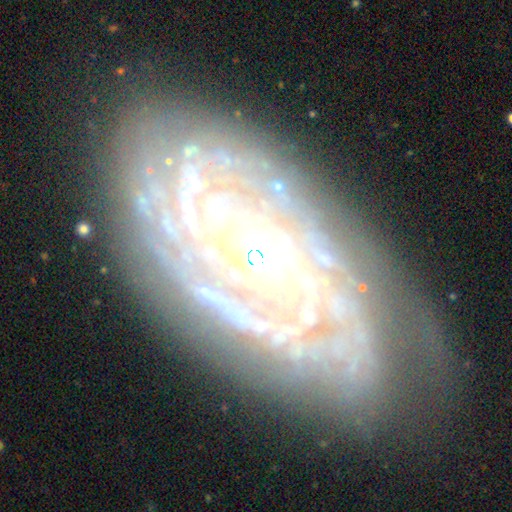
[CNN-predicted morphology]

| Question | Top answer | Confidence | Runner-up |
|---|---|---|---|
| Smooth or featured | featured or disk | 86% | smooth (7%) |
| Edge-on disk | no | 92% | yes (8%) |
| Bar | no | 63% | weak (25%) |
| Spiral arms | yes | 94% | no (6%) |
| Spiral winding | tight | 77% | medium (18%) |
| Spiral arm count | can't tell | 37% | 2 (17%) |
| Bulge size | small | 51% | moderate (39%) |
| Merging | none | 75% | minor disturbance (16%) |